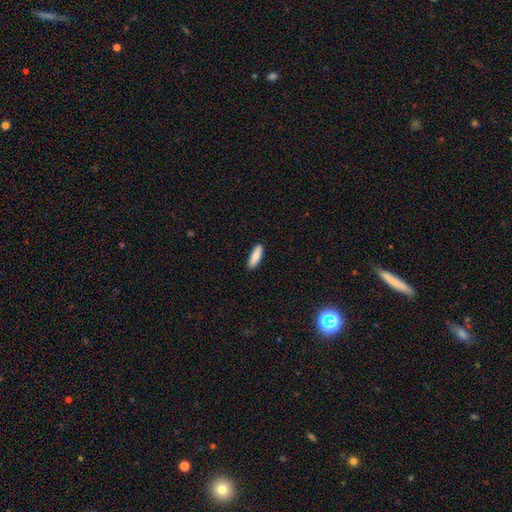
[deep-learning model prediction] A smooth galaxy with no disk features (88%) that is cigar-shaped (53%).

Vote fractions:
- Smooth or featured? smooth: 88% / featured or disk: 6% / star or artifact: 6%
- How rounded? cigar-shaped: 53% / in between: 45% / round: 2%
- Merging? none: 89% / minor disturbance: 9% / major disturbance: 2% / merger: 1%